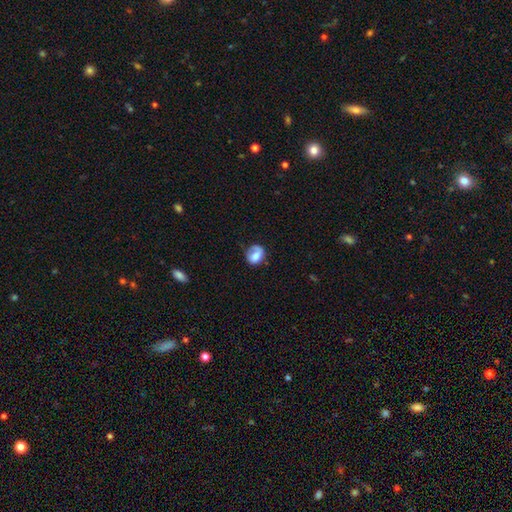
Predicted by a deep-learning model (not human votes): Smooth or featured?
  - smooth: 69% *
  - featured or disk: 23%
  - star or artifact: 8%
How rounded?
  - round: 60% *
  - in between: 39%
  - cigar-shaped: 1%
Merging?
  - none: 47% *
  - minor disturbance: 31%
  - major disturbance: 18%
  - merger: 3%